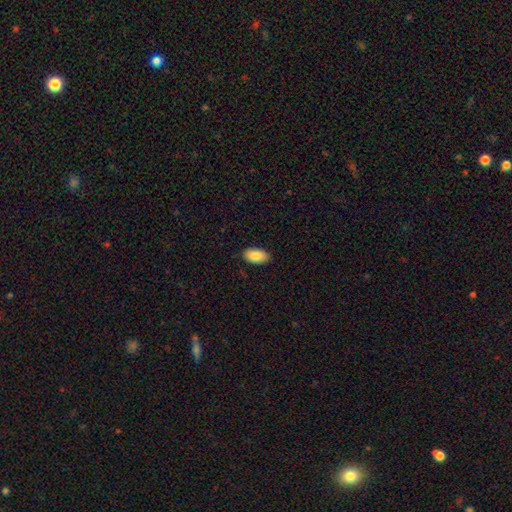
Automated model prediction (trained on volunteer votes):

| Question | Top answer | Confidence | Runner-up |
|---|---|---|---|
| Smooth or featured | smooth | 87% | star or artifact (6%) |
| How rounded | in between | 95% | round (3%) |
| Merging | none | 87% | minor disturbance (10%) |